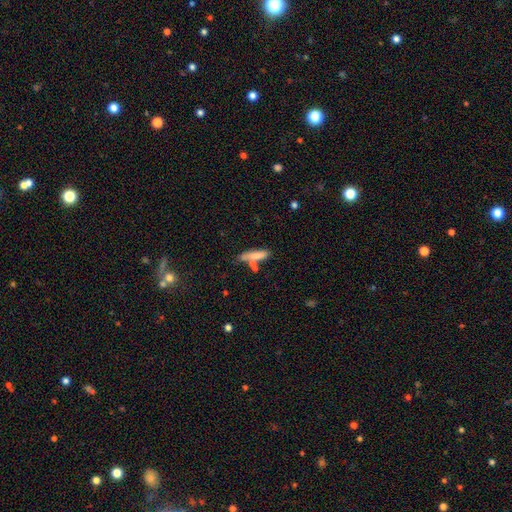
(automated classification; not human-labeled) smooth_or_featured: smooth (p=0.75) [alt: featured or disk p=0.17]
how_rounded: cigar-shaped (p=0.75) [alt: in between p=0.23]
merging: none (p=0.56) [alt: merger p=0.21]